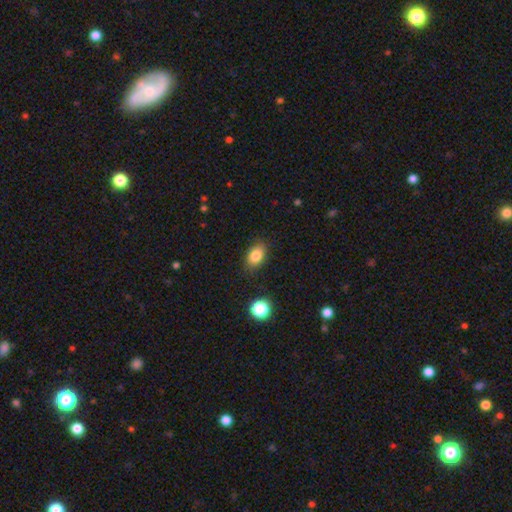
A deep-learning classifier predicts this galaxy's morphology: This appears to be a smooth galaxy with no disk features (83%) that is in between round and cigar-shaped (84%). Merging: none (85%).